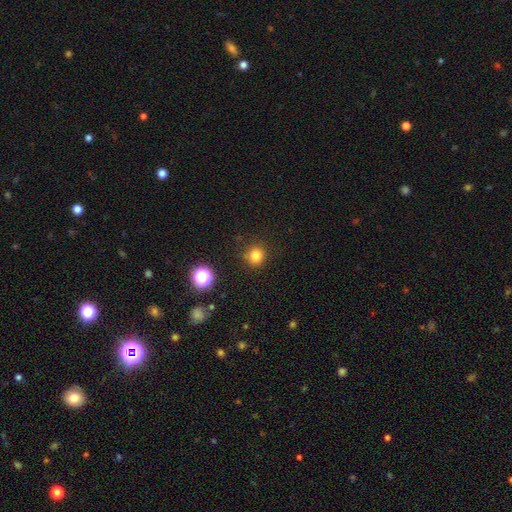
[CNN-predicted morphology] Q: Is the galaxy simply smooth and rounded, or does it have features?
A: smooth — 80%.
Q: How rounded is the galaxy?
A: round — 89%.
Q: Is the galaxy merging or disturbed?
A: none — 86%.